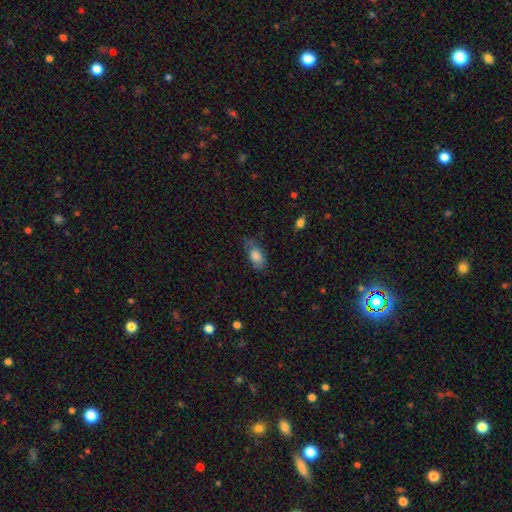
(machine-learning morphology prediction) Smooth or featured? smooth (79%)
How rounded? in between (90%)
Merging? none (56%)